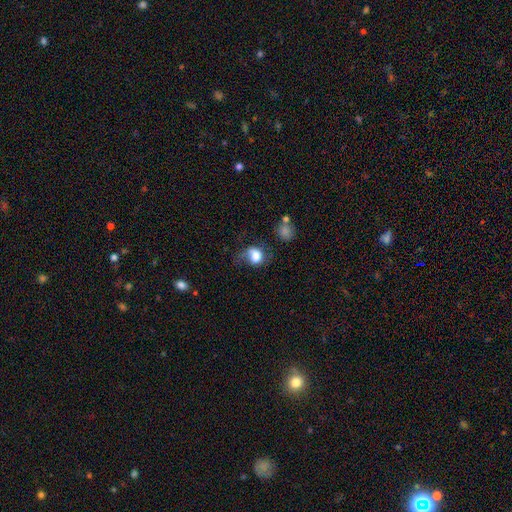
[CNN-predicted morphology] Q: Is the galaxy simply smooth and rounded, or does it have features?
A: smooth — 63%.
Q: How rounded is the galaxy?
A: round — 51%.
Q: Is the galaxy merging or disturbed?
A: major disturbance — 36%.